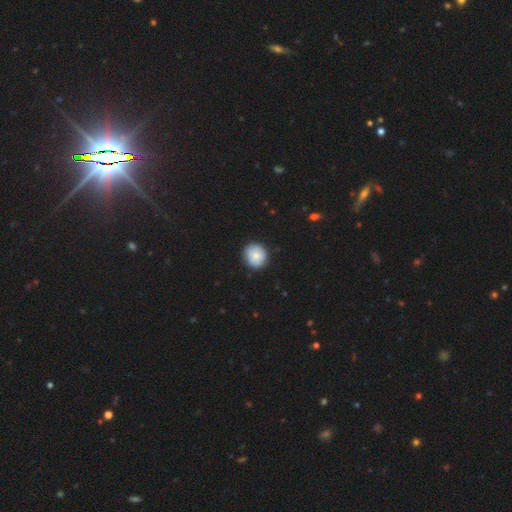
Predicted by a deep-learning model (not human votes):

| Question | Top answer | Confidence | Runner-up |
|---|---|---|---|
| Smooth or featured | smooth | 80% | featured or disk (13%) |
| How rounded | round | 85% | in between (14%) |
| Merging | none | 86% | minor disturbance (11%) |